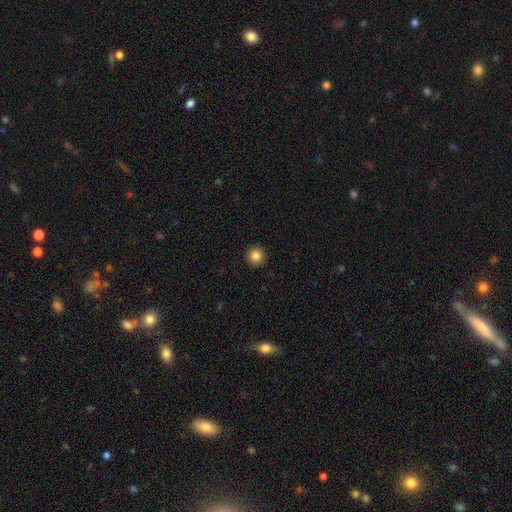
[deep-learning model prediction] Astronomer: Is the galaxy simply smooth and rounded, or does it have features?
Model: smooth — 85%.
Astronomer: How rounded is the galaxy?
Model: round — 95%.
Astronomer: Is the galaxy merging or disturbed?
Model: none — 93%.